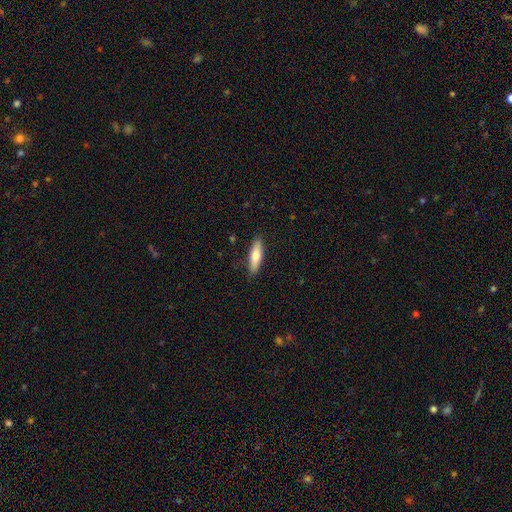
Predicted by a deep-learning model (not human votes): Smooth or featured? smooth (70%)
How rounded? cigar-shaped (64%)
Merging? none (89%)